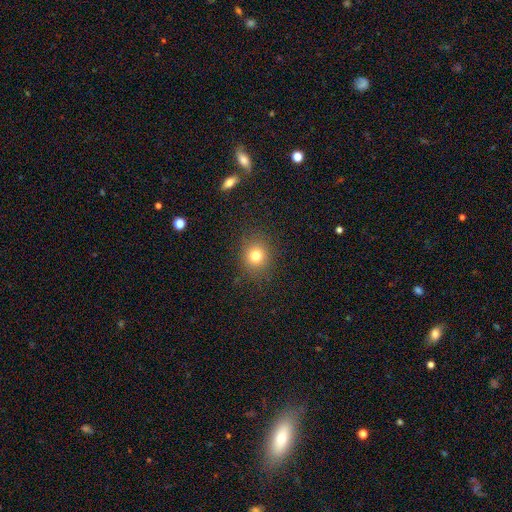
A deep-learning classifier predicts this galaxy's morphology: Smooth or featured?
  - smooth: 78% *
  - star or artifact: 14%
  - featured or disk: 8%
How rounded?
  - round: 81% *
  - in between: 18%
  - cigar-shaped: 1%
Merging?
  - none: 87% *
  - minor disturbance: 8%
  - major disturbance: 3%
  - merger: 1%